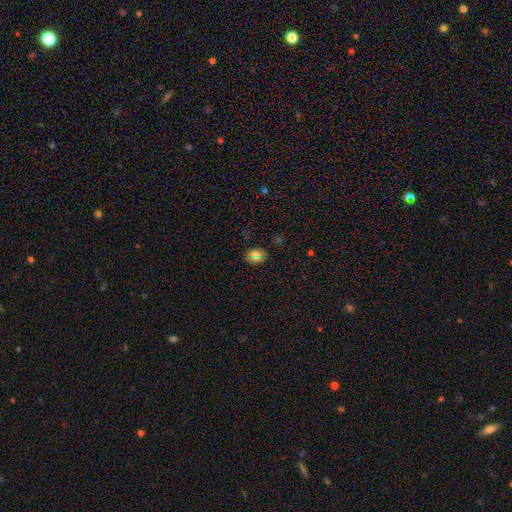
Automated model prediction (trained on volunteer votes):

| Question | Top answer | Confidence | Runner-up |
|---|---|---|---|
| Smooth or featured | smooth | 64% | star or artifact (24%) |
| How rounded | in between | 59% | round (39%) |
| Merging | none | 83% | minor disturbance (12%) |